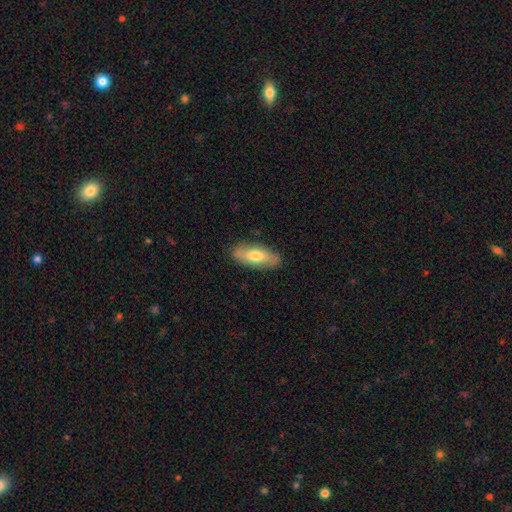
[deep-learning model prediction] Smooth or featured? Predicted: smooth (p=0.63). How rounded? Predicted: in between (p=0.80). Merging? Predicted: none (p=0.81).